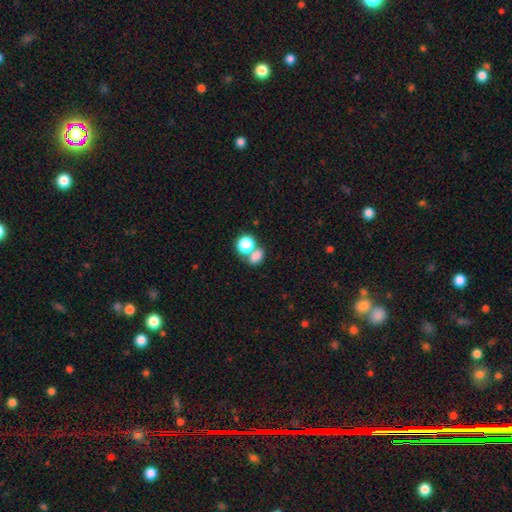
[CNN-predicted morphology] This is likely a smooth galaxy (79%). How rounded: possibly in between (58%). Merging: possibly merger (46%).